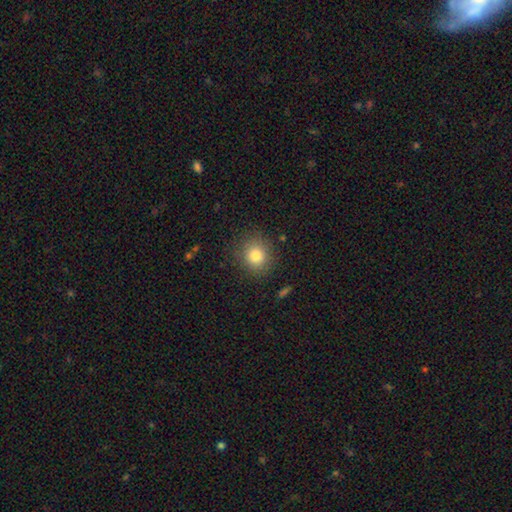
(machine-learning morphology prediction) Smooth or featured: smooth — 82% (star or artifact — 11%)
How rounded: round — 84% (in between — 15%)
Merging: none — 86% (minor disturbance — 9%)